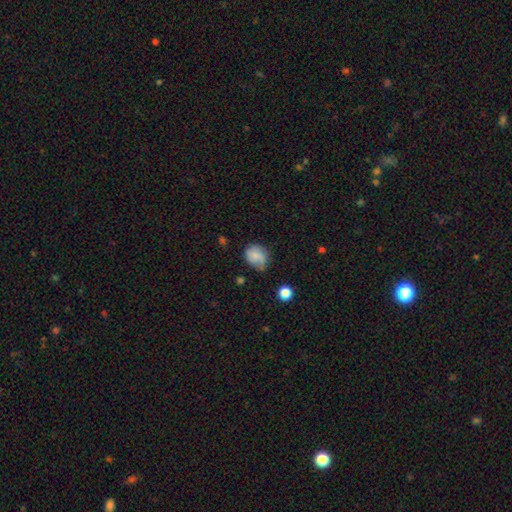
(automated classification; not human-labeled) smooth-or-featured: smooth: 75% | featured or disk: 15% | star or artifact: 9%
  how-rounded: round: 56% | in between: 43% | cigar-shaped: 1%
  merging: none: 53% | minor disturbance: 34% | major disturbance: 10% | merger: 3%